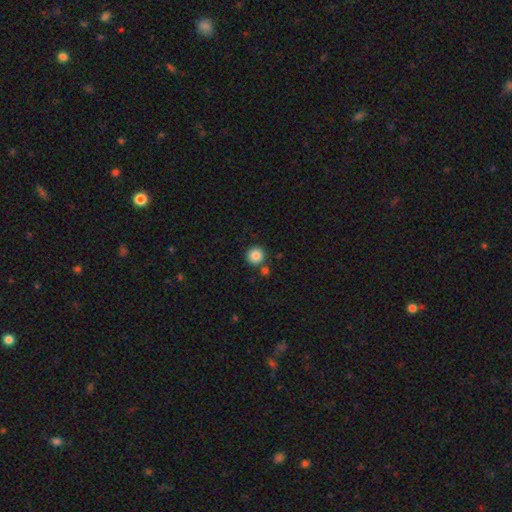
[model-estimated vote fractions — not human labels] Smooth or featured: smooth — 86% (star or artifact — 10%)
How rounded: round — 95% (in between — 4%)
Merging: none — 82% (merger — 9%)